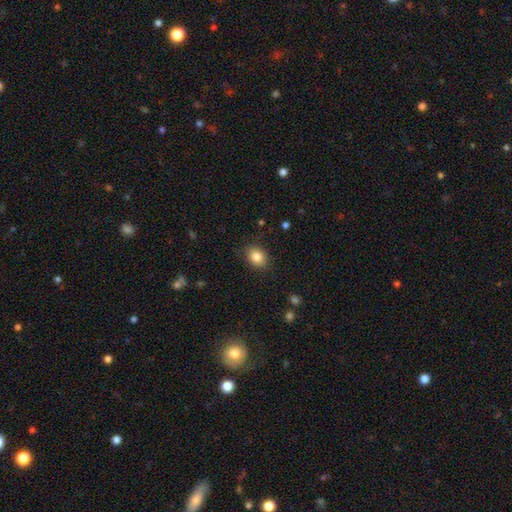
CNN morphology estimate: This is clearly a smooth galaxy (85%). How rounded: likely in between (60%). Merging: clearly none (86%).